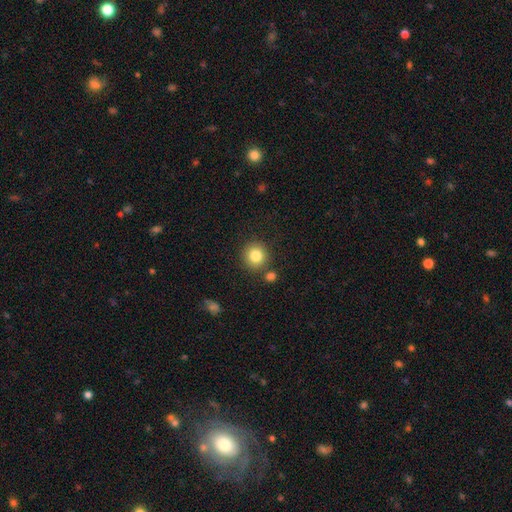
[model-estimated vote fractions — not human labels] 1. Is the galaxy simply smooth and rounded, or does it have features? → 82% smooth, 10% star or artifact, 7% featured or disk.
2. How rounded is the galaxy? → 92% round, 8% in between, 1% cigar-shaped.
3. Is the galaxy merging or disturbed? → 82% none, 8% minor disturbance, 7% merger, 3% major disturbance.